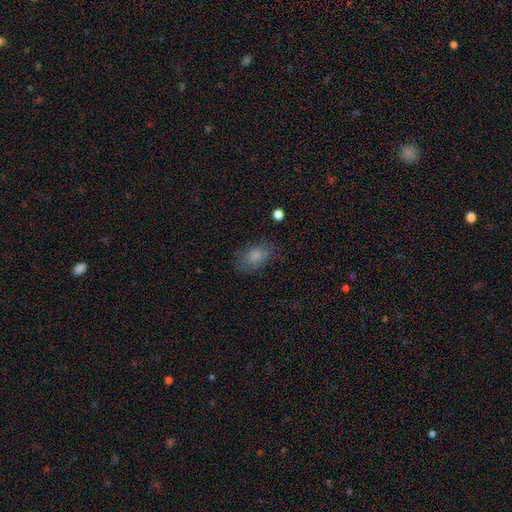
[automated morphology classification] Smooth or featured: smooth — 77% (featured or disk — 13%)
How rounded: in between — 83% (round — 15%)
Merging: none — 68% (minor disturbance — 21%)